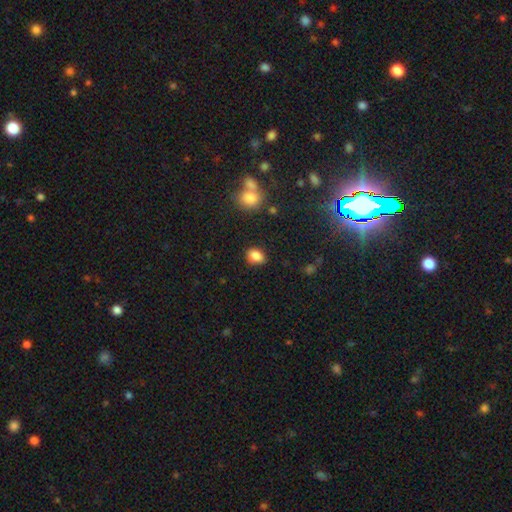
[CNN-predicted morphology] Smooth or featured?
  - smooth: 86% *
  - star or artifact: 10%
  - featured or disk: 5%
How rounded?
  - in between: 72% *
  - round: 27%
  - cigar-shaped: 1%
Merging?
  - none: 80% *
  - minor disturbance: 14%
  - major disturbance: 3%
  - merger: 3%